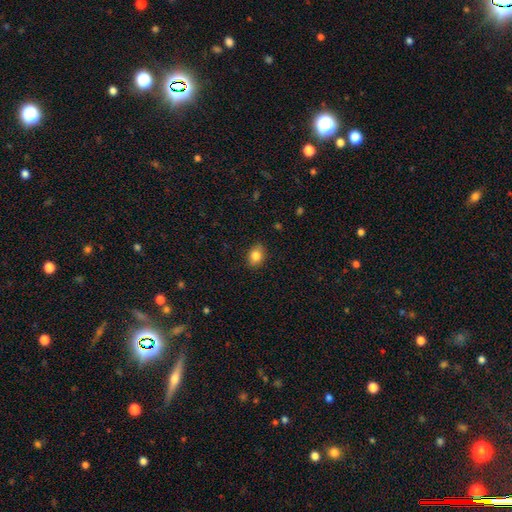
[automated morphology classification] Q: Smooth or featured?
A: smooth (83%); runner-up: star or artifact (9%)
Q: How rounded?
A: in between (66%); runner-up: round (33%)
Q: Merging?
A: none (85%); runner-up: minor disturbance (12%)